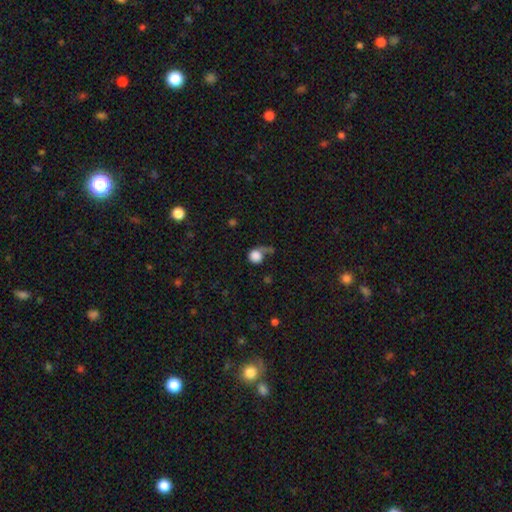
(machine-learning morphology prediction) The model was most divided on "merging": none: 35%, major disturbance: 33%, minor disturbance: 22%, merger: 10%. More confident: how rounded — round (82%); smooth or featured — smooth (79%).